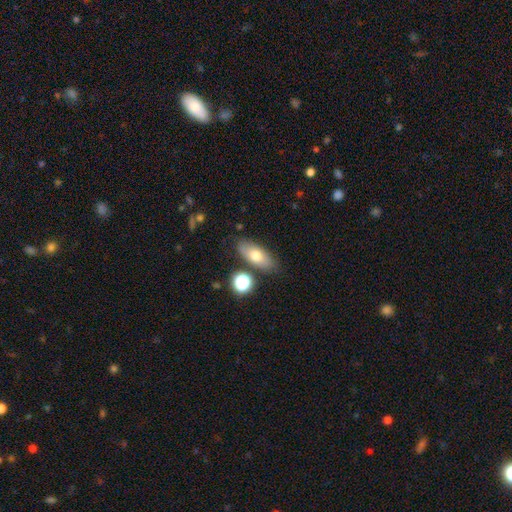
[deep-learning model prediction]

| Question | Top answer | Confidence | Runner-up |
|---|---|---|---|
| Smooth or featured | smooth | 70% | featured or disk (21%) |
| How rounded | in between | 80% | cigar-shaped (15%) |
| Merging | none | 78% | minor disturbance (13%) |